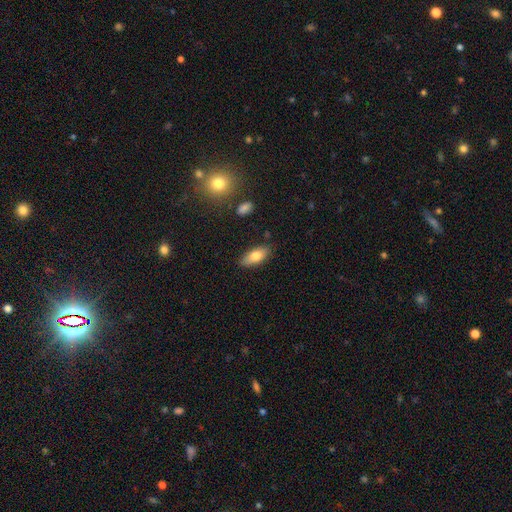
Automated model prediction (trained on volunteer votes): Smooth or featured? Predicted: smooth (p=0.77). How rounded? Predicted: in between (p=0.82). Merging? Predicted: none (p=0.84).